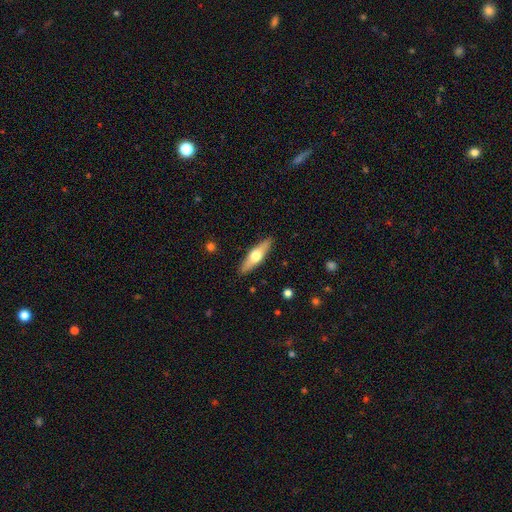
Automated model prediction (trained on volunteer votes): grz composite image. It shows a smooth galaxy with no disk features (48%). Merging: none (89%).